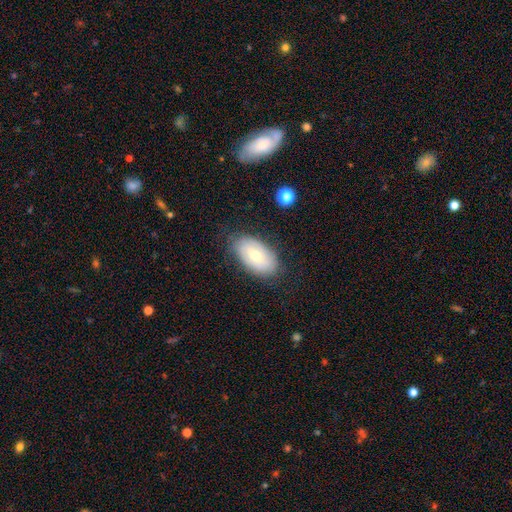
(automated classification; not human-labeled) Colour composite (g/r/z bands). It shows a smooth galaxy with no disk features (49%). Merging: none (78%).